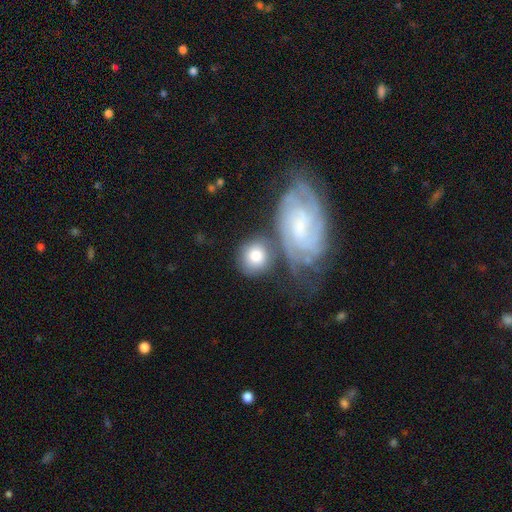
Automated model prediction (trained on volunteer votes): A smooth galaxy with no disk features (68%) that is round (77%). Merging: none (55%).